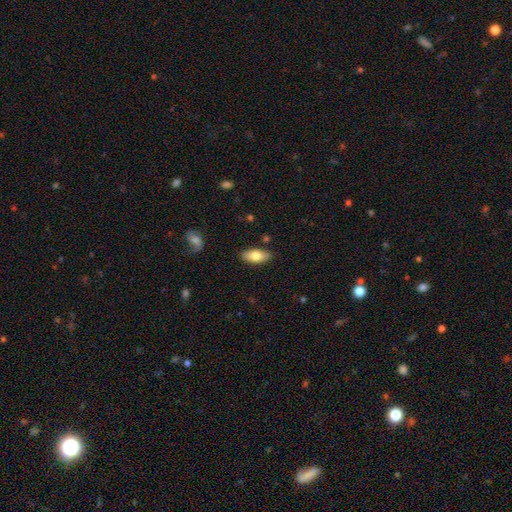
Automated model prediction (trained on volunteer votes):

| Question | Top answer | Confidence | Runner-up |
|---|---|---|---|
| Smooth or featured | smooth | 77% | featured or disk (17%) |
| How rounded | in between | 87% | cigar-shaped (10%) |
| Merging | none | 86% | minor disturbance (10%) |